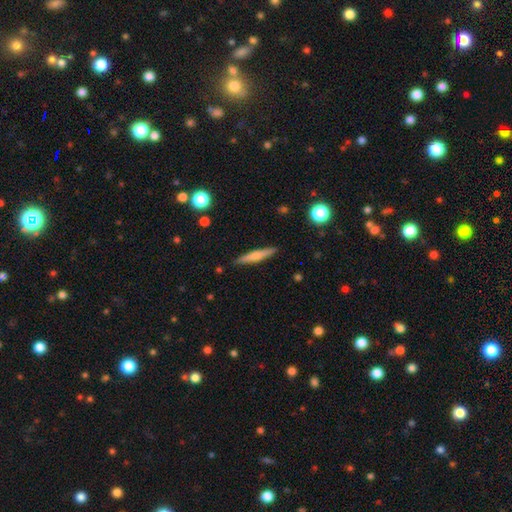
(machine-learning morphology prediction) This appears to be a smooth galaxy with no disk features (52%) that is cigar-shaped (91%). Merging: none (90%).